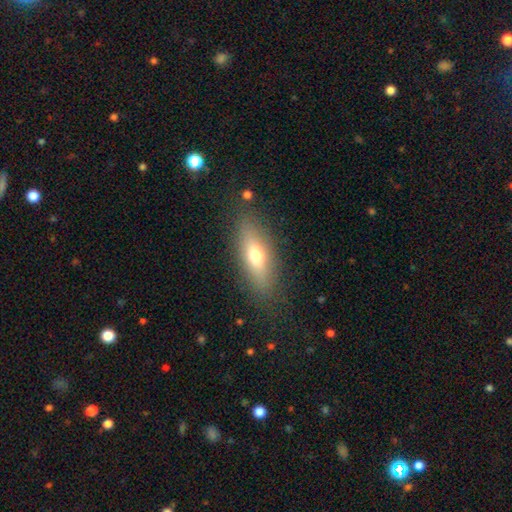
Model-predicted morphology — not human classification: Smooth or featured: smooth — 64% (featured or disk — 28%)
How rounded: in between — 59% (cigar-shaped — 37%)
Merging: none — 84% (minor disturbance — 11%)